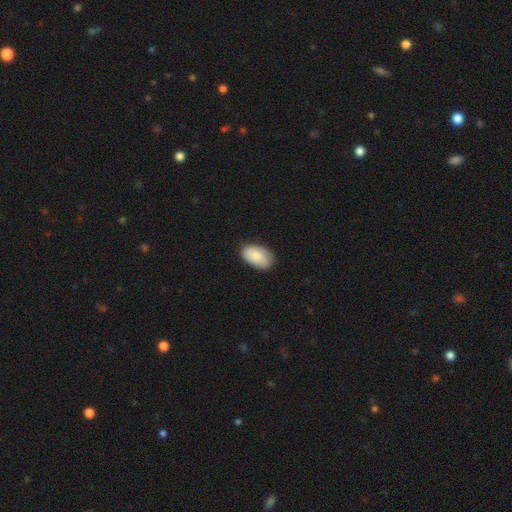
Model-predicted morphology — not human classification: Q: Smooth or featured?
A: smooth (84%); runner-up: featured or disk (10%)
Q: How rounded?
A: in between (93%); runner-up: round (5%)
Q: Merging?
A: none (80%); runner-up: minor disturbance (16%)